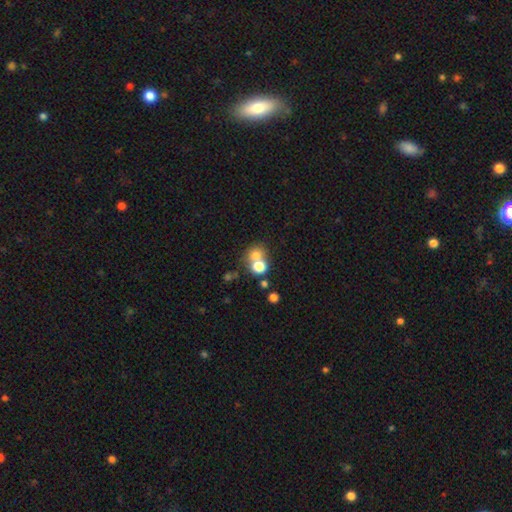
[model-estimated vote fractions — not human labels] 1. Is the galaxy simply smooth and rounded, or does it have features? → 72% smooth, 15% star or artifact, 13% featured or disk.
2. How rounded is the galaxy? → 76% round, 23% in between, 1% cigar-shaped.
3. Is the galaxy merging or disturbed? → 50% merger, 39% none, 7% minor disturbance, 4% major disturbance.